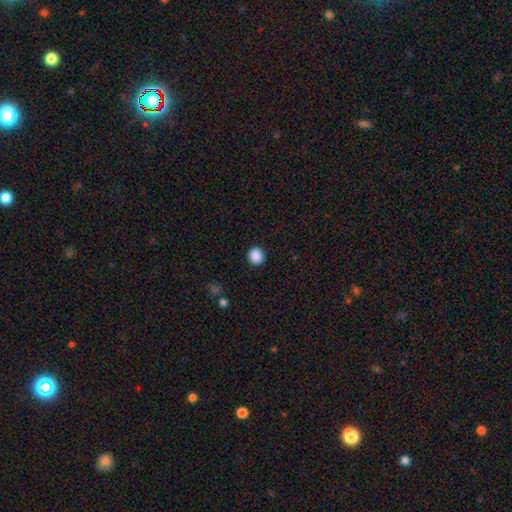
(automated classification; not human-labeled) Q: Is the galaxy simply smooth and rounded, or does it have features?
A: smooth — 88%.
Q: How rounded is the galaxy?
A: round — 84%.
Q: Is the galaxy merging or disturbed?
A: none — 91%.